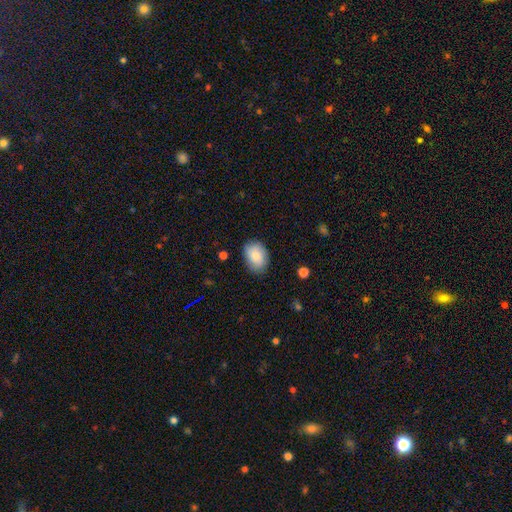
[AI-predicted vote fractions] Smooth or featured: smooth — 85% (featured or disk — 8%)
How rounded: in between — 78% (round — 21%)
Merging: none — 81% (minor disturbance — 15%)